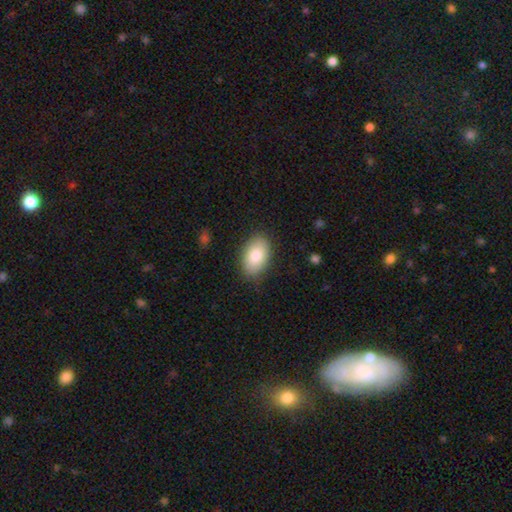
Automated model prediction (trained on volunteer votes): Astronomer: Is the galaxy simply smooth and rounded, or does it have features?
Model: smooth — 85%.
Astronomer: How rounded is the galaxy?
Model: in between — 92%.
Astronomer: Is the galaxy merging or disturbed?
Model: none — 84%.